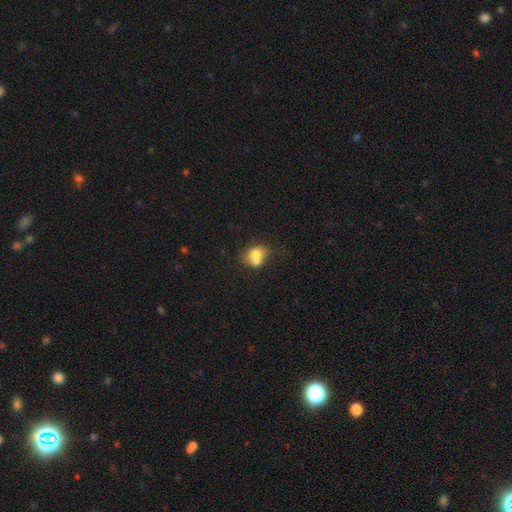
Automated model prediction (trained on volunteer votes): A smooth galaxy with no disk features (69%) that is round (56%). Merging: merger (52%).